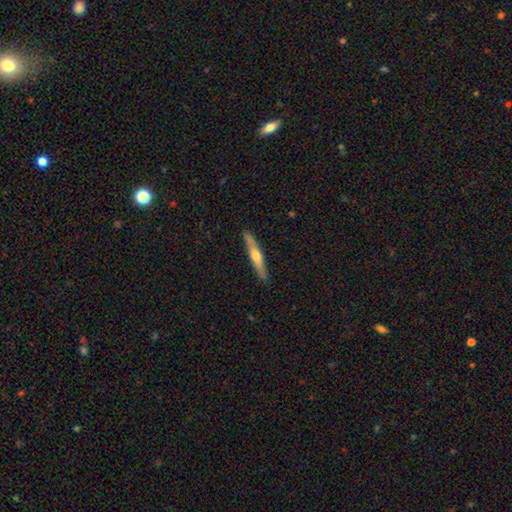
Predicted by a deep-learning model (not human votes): Smooth or featured?
  - featured or disk: 55% *
  - smooth: 39%
  - star or artifact: 5%
Edge-on disk?
  - yes: 95% *
  - no: 5%
Edge-on bulge?
  - rounded: 83% *
  - none: 12%
  - boxy: 5%
Merging?
  - none: 89% *
  - minor disturbance: 8%
  - major disturbance: 2%
  - merger: 1%